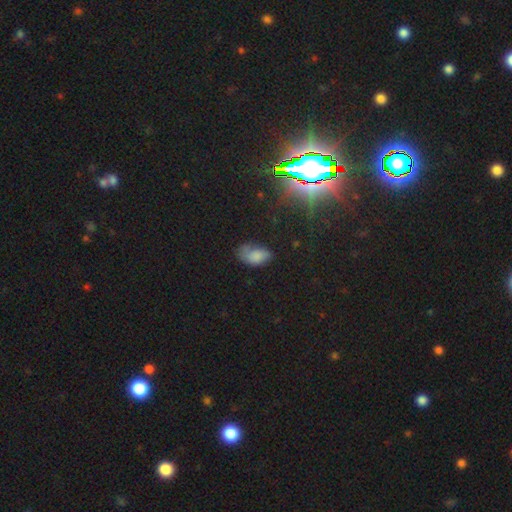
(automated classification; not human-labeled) Smooth or featured?
  - smooth: 74% *
  - featured or disk: 14%
  - star or artifact: 12%
How rounded?
  - in between: 91% *
  - round: 7%
  - cigar-shaped: 2%
Merging?
  - none: 42% *
  - minor disturbance: 36%
  - major disturbance: 18%
  - merger: 4%